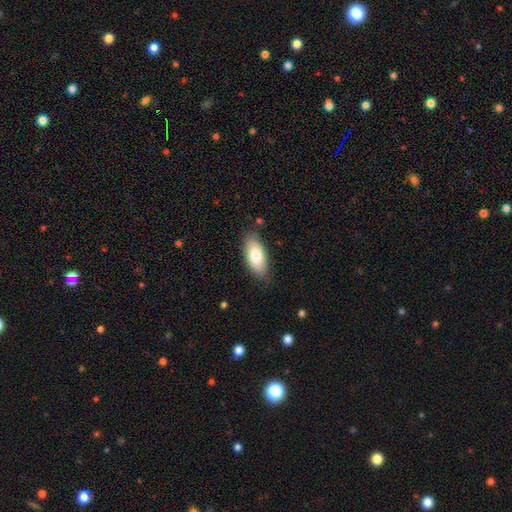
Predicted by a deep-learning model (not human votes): Smooth or featured? smooth (78%)
How rounded? in between (88%)
Merging? none (82%)